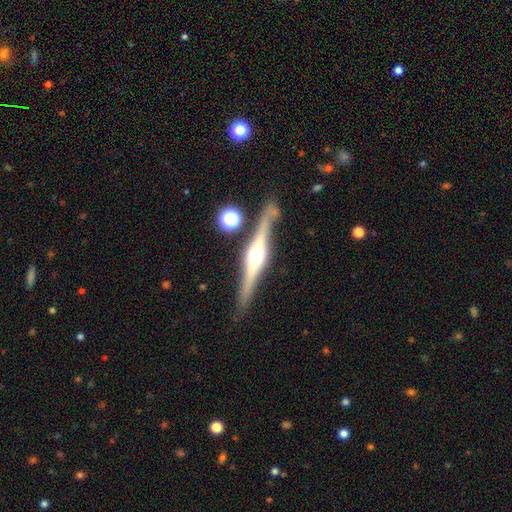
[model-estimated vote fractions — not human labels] A featured or disk galaxy (81%) viewed edge-on (98%) with a rounded central bulge (92%).

Vote fractions:
- Smooth or featured? featured or disk: 81% / smooth: 13% / star or artifact: 5%
- Edge-on disk? yes: 98% / no: 2%
- Edge-on bulge? rounded: 92% / boxy: 6% / none: 2%
- Merging? none: 83% / minor disturbance: 10% / merger: 5% / major disturbance: 2%